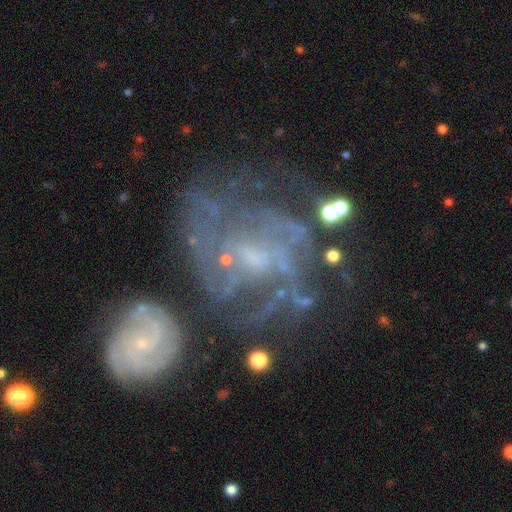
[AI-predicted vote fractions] A featured or disk galaxy (79%) with no bar (51%), tight (45%) spiral arms (82%) and a small central bulge (50%).

Vote fractions:
- Smooth or featured? featured or disk: 79% / star or artifact: 12% / smooth: 10%
- Edge-on disk? no: 97% / yes: 3%
- Bar? no: 51% / weak: 38% / strong: 11%
- Spiral arms? yes: 82% / no: 18%
- Spiral winding? tight: 45% / medium: 38% / loose: 17%
- Spiral arm count? can't tell: 46% / 2: 19% / 3: 14% / 4: 9% / more than 4: 6% / 1: 6%
- Bulge size? small: 50% / none: 24% / moderate: 22% / large: 3% / dominant: 1%
- Merging? none: 40% / major disturbance: 23% / merger: 20% / minor disturbance: 17%